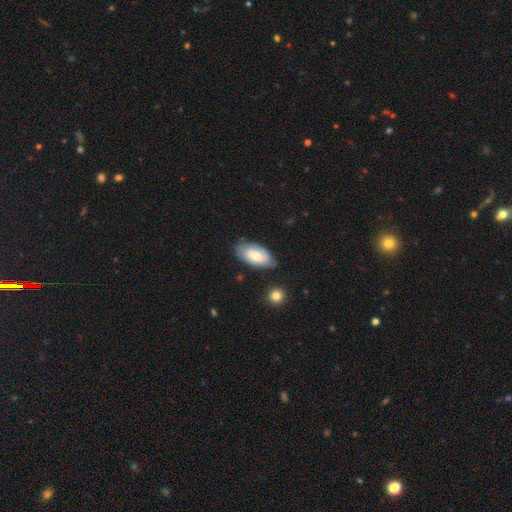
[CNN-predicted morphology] Smooth or featured: smooth — 65% (featured or disk — 28%)
How rounded: in between — 94% (cigar-shaped — 4%)
Merging: none — 72% (minor disturbance — 21%)